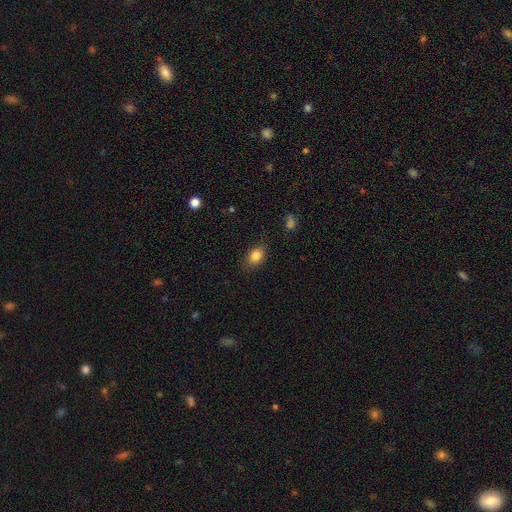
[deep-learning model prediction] Smooth or featured? smooth (84%)
How rounded? in between (75%)
Merging? none (81%)